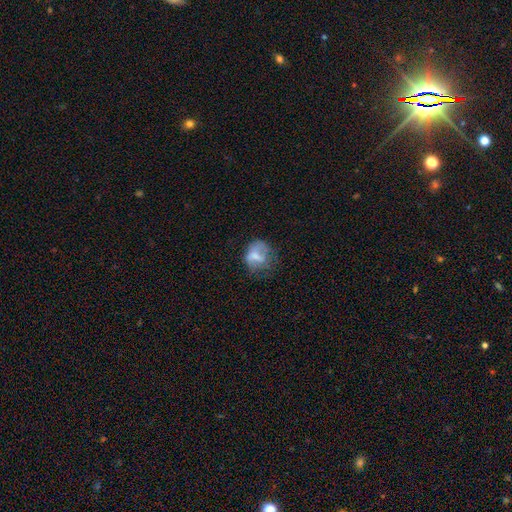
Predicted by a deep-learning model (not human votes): This is possibly a smooth galaxy (54%). How rounded: possibly round (58%). Merging: marginally none (43%).